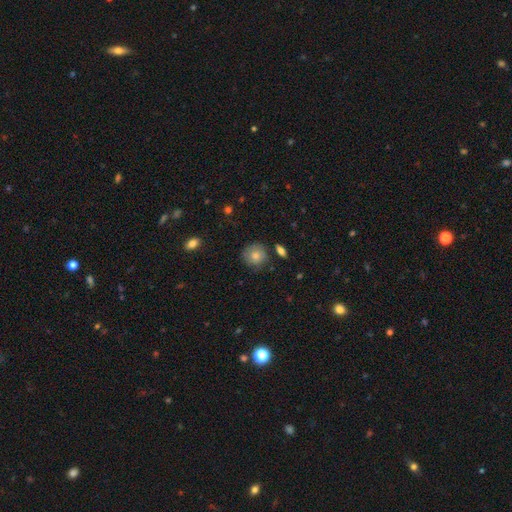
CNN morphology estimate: Smooth or featured? Predicted: smooth (p=0.79). How rounded? Predicted: round (p=0.89). Merging? Predicted: none (p=0.78).